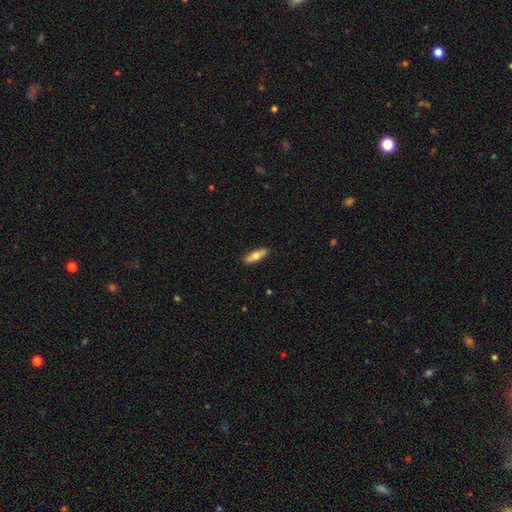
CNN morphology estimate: This appears to be a smooth galaxy with no disk features (61%) that is cigar-shaped (51%). Merging: none (87%).